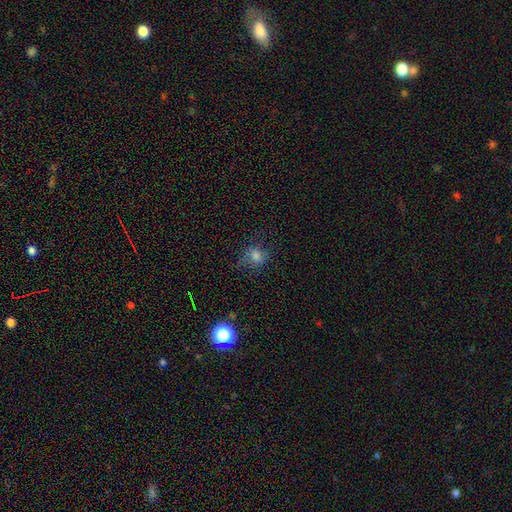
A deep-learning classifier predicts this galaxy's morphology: Smooth or featured: smooth — 69% (star or artifact — 22%)
How rounded: round — 76% (in between — 23%)
Merging: none — 65% (minor disturbance — 22%)